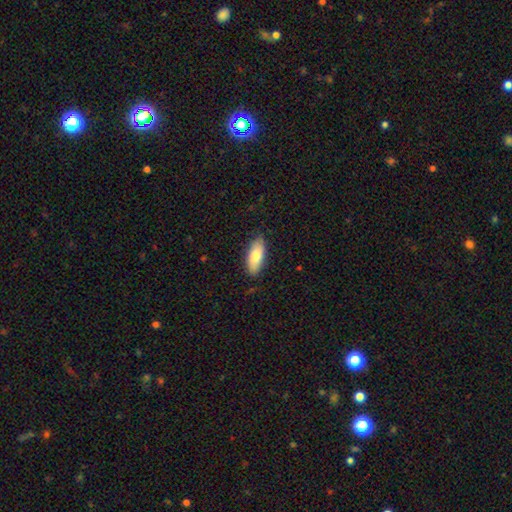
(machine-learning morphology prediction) A smooth galaxy with no disk features (81%) that is in between round and cigar-shaped (76%).

Vote fractions:
- Smooth or featured? smooth: 81% / featured or disk: 14% / star or artifact: 6%
- How rounded? in between: 76% / cigar-shaped: 22% / round: 2%
- Merging? none: 84% / minor disturbance: 13% / major disturbance: 2% / merger: 1%